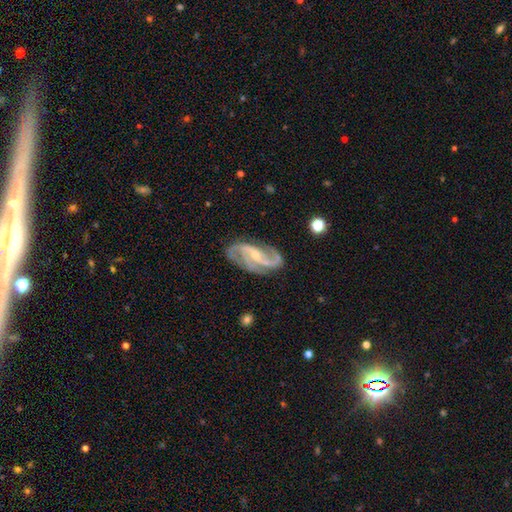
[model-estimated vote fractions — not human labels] A featured or disk galaxy (91%) with a weak bar (41%), 2 (53%) medium (53%) spiral arms (98%) and a small central bulge (68%).

Vote fractions:
- Smooth or featured? featured or disk: 91% / star or artifact: 5% / smooth: 4%
- Edge-on disk? no: 97% / yes: 3%
- Bar? weak: 41% / strong: 30% / no: 29%
- Spiral arms? yes: 98% / no: 2%
- Spiral winding? medium: 53% / tight: 26% / loose: 21%
- Spiral arm count? 2: 53% / 3: 28% / can't tell: 6% / 4: 5% / 1: 4% / more than 4: 4%
- Bulge size? small: 68% / moderate: 28% / none: 2% / large: 1% / dominant: 1%
- Merging? none: 75% / minor disturbance: 17% / major disturbance: 6% / merger: 2%